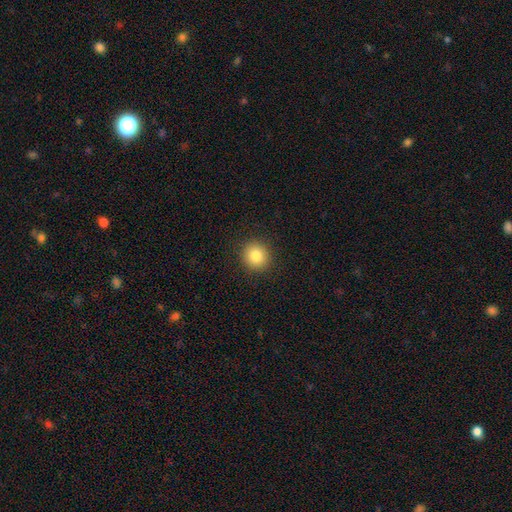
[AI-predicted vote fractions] This is clearly a smooth galaxy (84%). How rounded: clearly round (90%). Merging: clearly none (91%).